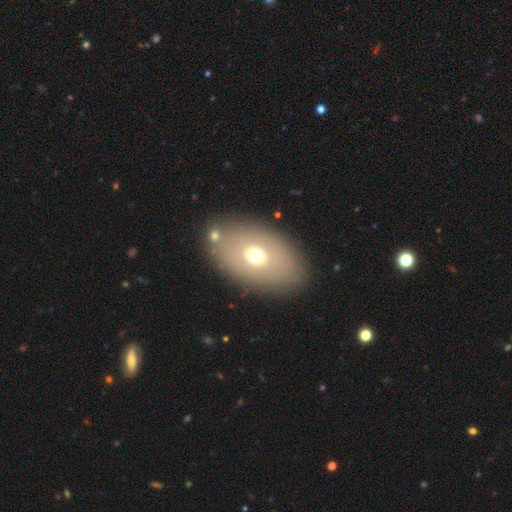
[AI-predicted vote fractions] smooth 60%, featured or disk 30%, star or artifact 11%. Down the decision tree: how rounded — in between (88%); merging — none (85%).